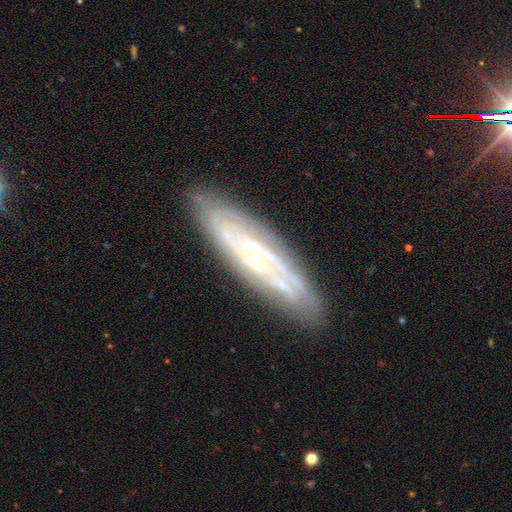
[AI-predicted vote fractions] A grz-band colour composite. It shows a featured or disk galaxy (77%) with no bar (66%), spiral arms (86%) and a small central bulge (79%). Merging: none (83%).